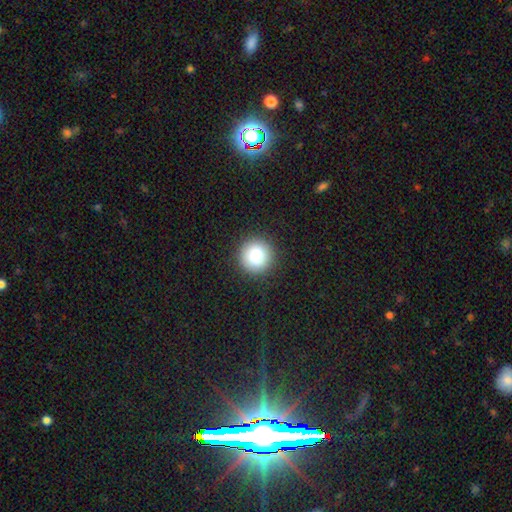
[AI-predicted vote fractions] A smooth galaxy with no disk features (81%) that is round (94%).

Vote fractions:
- Smooth or featured? smooth: 81% / star or artifact: 10% / featured or disk: 9%
- How rounded? round: 94% / in between: 5% / cigar-shaped: 1%
- Merging? none: 91% / minor disturbance: 6% / major disturbance: 2% / merger: 1%